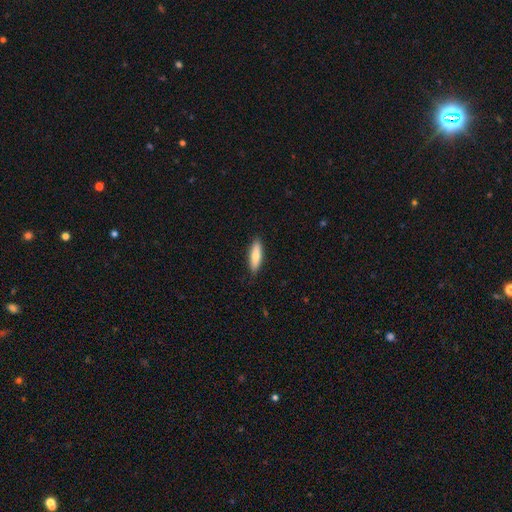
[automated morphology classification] This is likely a smooth galaxy (74%). How rounded: possibly cigar-shaped (58%). Merging: clearly none (89%).